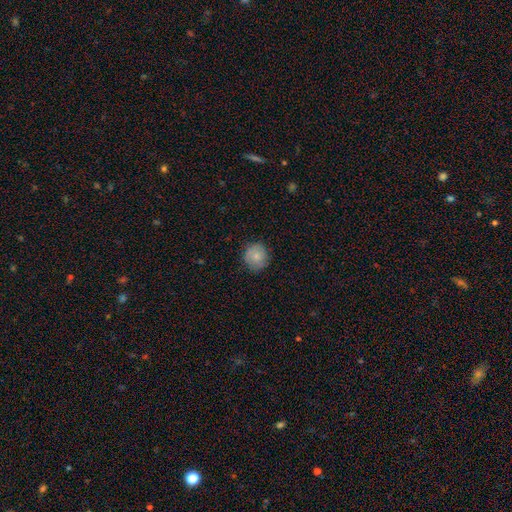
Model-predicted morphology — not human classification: type=smooth (82%); roundness=round (91%); merging=none (85%).